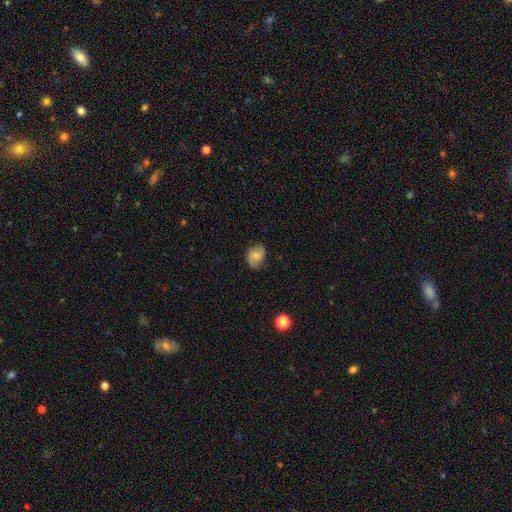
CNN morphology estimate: Smooth or featured? smooth (52%)
How rounded? in between (58%)
Merging? none (74%)